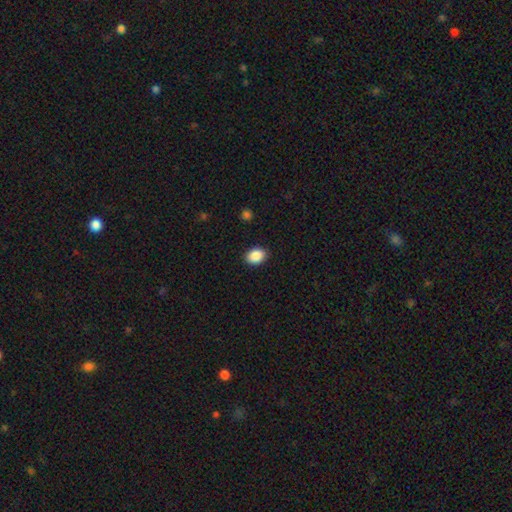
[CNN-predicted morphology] A smooth galaxy with no disk features (89%) that is in between round and cigar-shaped (64%). Merging: none (89%).